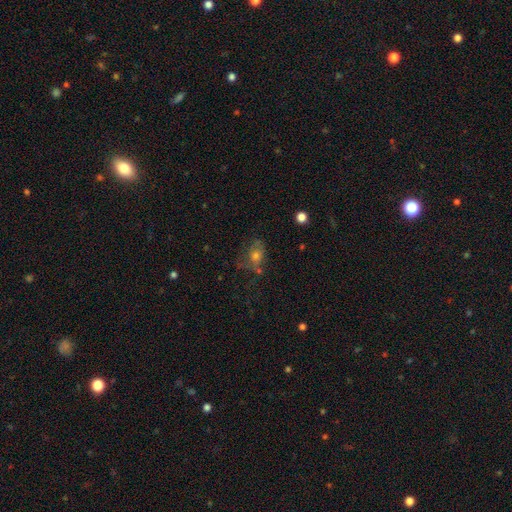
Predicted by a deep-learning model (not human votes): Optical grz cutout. It shows a smooth galaxy with no disk features (53%) that is in between round and cigar-shaped (56%). Merging: none (50%).